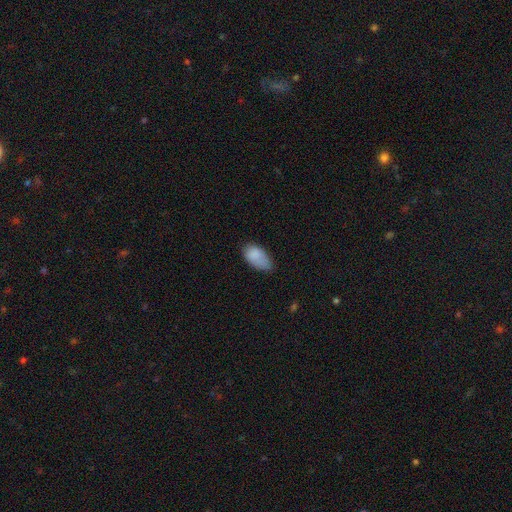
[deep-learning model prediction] Q: Smooth or featured?
A: smooth (84%); runner-up: star or artifact (8%)
Q: How rounded?
A: in between (93%); runner-up: round (5%)
Q: Merging?
A: none (50%); runner-up: minor disturbance (38%)